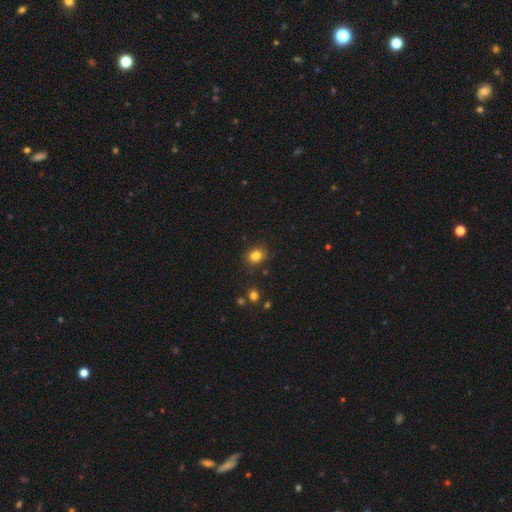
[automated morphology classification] smooth-or-featured: smooth: 82% | star or artifact: 12% | featured or disk: 6%
  how-rounded: round: 60% | in between: 39% | cigar-shaped: 1%
  merging: none: 85% | minor disturbance: 10% | major disturbance: 3% | merger: 2%